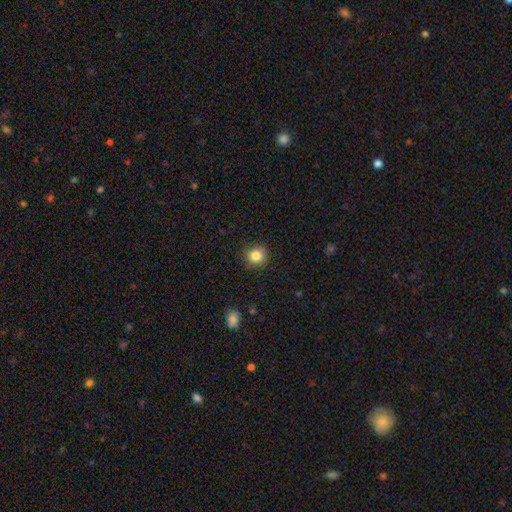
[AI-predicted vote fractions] The model was most divided on "smooth or featured": smooth: 84%, star or artifact: 10%, featured or disk: 6%. More confident: how rounded — round (89%); merging — none (87%).